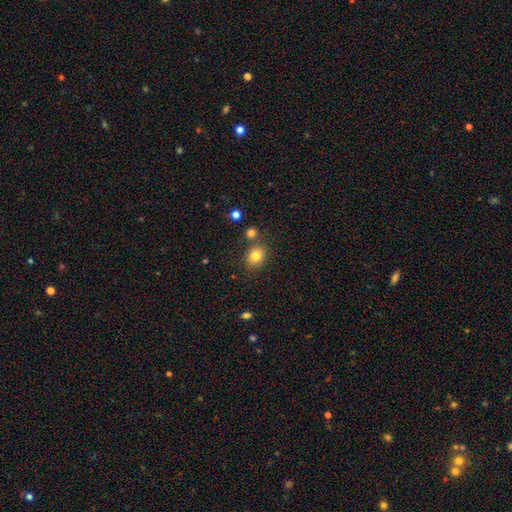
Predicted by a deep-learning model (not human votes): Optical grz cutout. It shows a smooth galaxy with no disk features (81%) that is round (57%). Merging: none (77%).